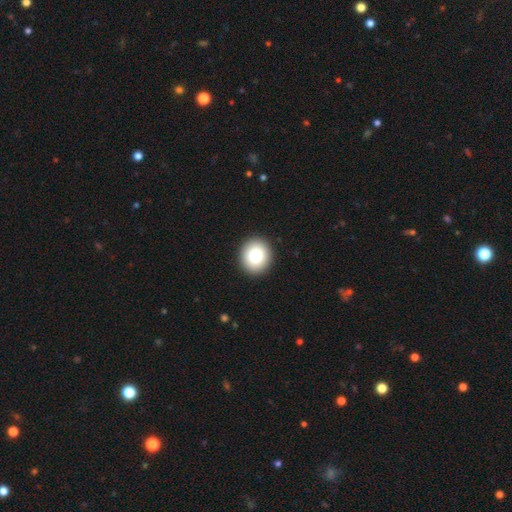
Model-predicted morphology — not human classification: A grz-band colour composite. It shows a smooth galaxy with no disk features (81%) that is round (85%). Merging: none (93%).